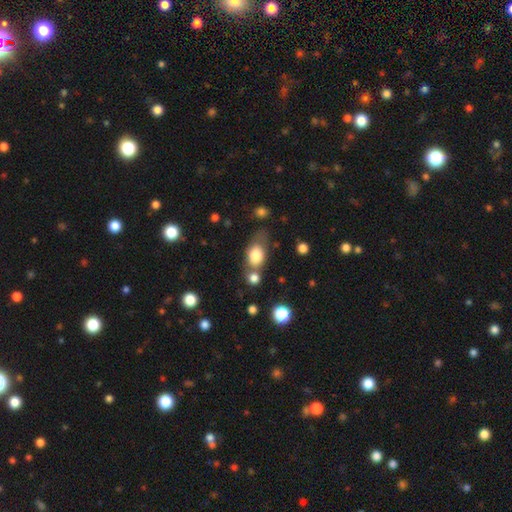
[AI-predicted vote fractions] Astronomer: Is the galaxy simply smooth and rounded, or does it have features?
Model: smooth — 78%.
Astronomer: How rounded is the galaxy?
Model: in between — 76%.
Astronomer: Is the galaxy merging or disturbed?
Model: none — 45% (runner-up: merger, 25%).